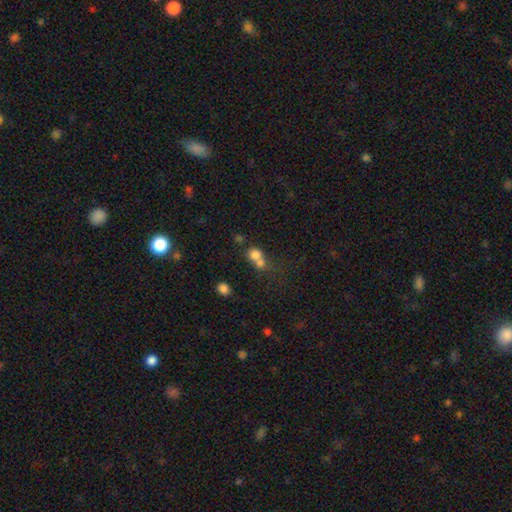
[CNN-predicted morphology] smooth 75%, star or artifact 13%, featured or disk 12%. Down the decision tree: how rounded — round (75%); merging — merger (59%).